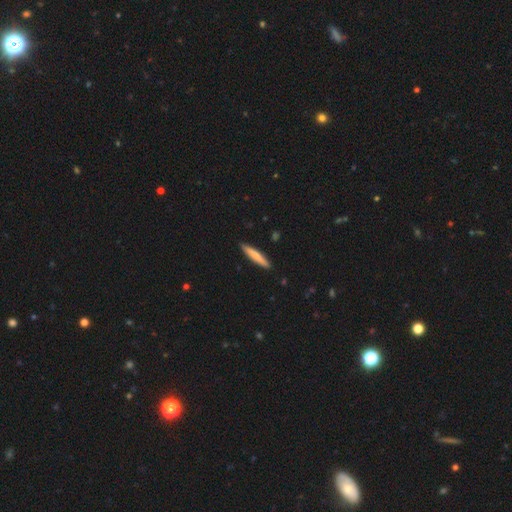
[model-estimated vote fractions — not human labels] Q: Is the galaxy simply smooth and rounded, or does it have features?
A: smooth — 73%.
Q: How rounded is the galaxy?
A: cigar-shaped — 92%.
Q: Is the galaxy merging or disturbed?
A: none — 90%.